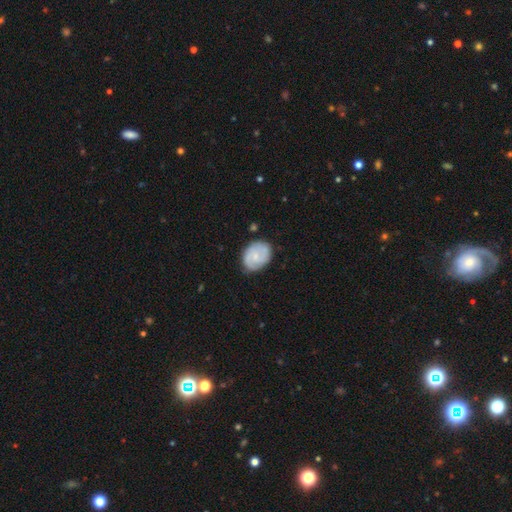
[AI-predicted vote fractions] Smooth or featured?
  - featured or disk: 63% *
  - smooth: 31%
  - star or artifact: 6%
Edge-on disk?
  - no: 98% *
  - yes: 2%
Bar?
  - no: 62% *
  - weak: 34%
  - strong: 4%
Spiral arms?
  - yes: 90% *
  - no: 10%
Spiral winding?
  - tight: 47% *
  - medium: 40%
  - loose: 13%
Spiral arm count?
  - 2: 60% *
  - can't tell: 19%
  - 3: 13%
  - 1: 4%
  - 4: 3%
  - more than 4: 2%
Bulge size?
  - small: 65% *
  - moderate: 24%
  - none: 8%
  - large: 1%
  - dominant: 1%
Merging?
  - none: 79% *
  - minor disturbance: 16%
  - major disturbance: 4%
  - merger: 2%